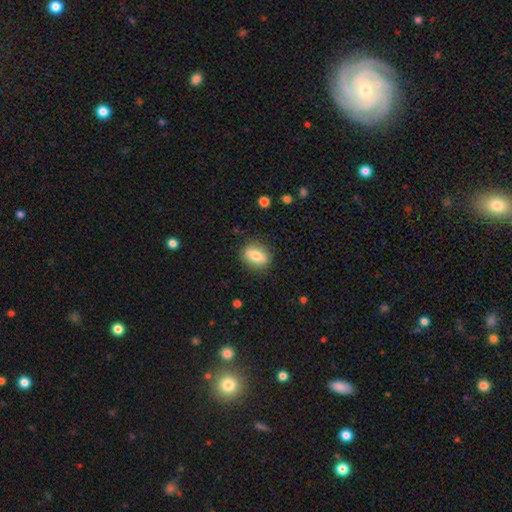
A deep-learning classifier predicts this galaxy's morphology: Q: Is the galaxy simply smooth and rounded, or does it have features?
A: smooth — 79%.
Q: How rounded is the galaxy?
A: in between — 76%.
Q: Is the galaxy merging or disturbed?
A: none — 83%.